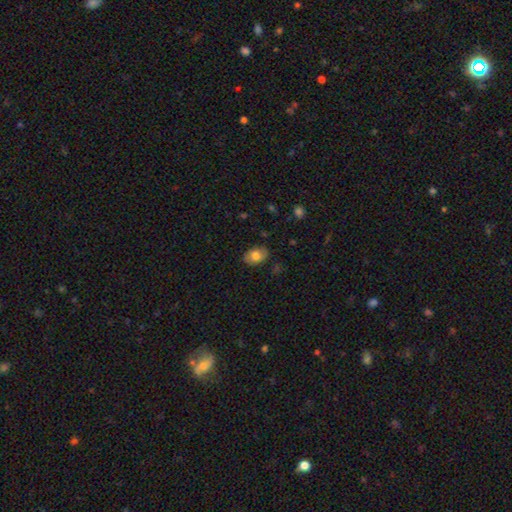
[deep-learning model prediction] smooth_or_featured: smooth (p=0.76) [alt: featured or disk p=0.17]
how_rounded: in between (p=0.85) [alt: round p=0.14]
merging: none (p=0.82) [alt: minor disturbance p=0.14]